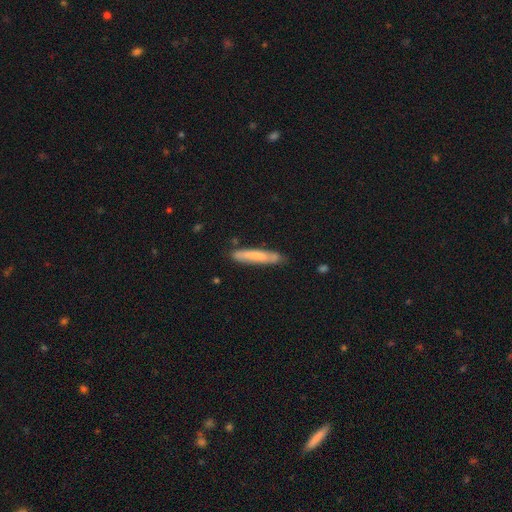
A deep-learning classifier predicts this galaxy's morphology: A smooth galaxy with no disk features (67%) that is cigar-shaped (93%). Merging: none (78%).